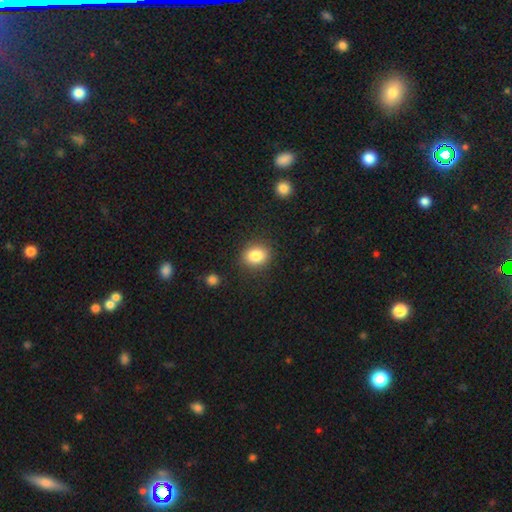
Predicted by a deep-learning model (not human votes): smooth-or-featured: smooth: 84% | star or artifact: 9% | featured or disk: 6%
  how-rounded: round: 57% | in between: 42% | cigar-shaped: 1%
  merging: none: 86% | minor disturbance: 10% | major disturbance: 3% | merger: 2%